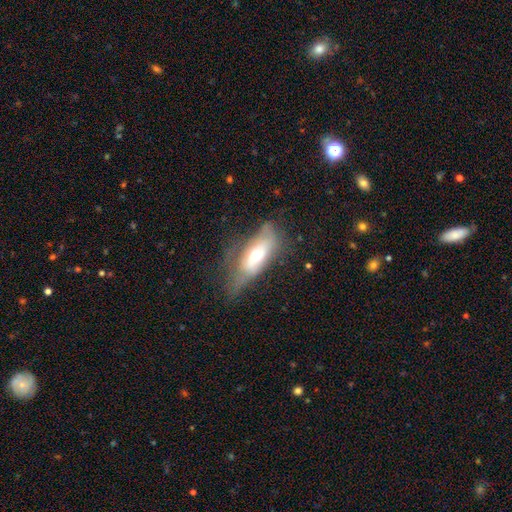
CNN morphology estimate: The model was most divided on "merging": none: 35%, minor disturbance: 34%, major disturbance: 29%, merger: 3%. More confident: how rounded — in between (79%); smooth or featured — smooth (52%).